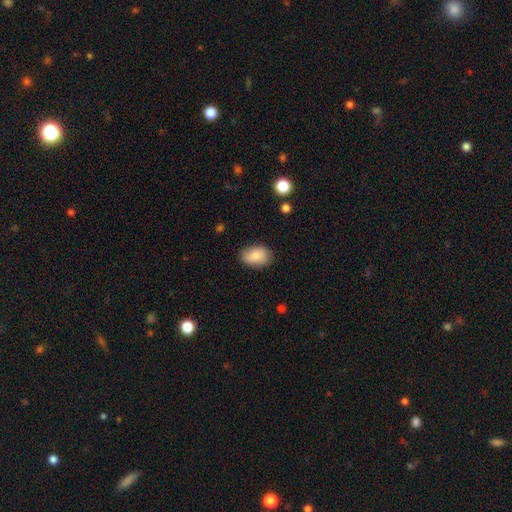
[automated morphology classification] The model was most divided on "merging": none: 78%, minor disturbance: 17%, major disturbance: 4%, merger: 1%. More confident: smooth or featured — smooth (86%); how rounded — in between (86%).